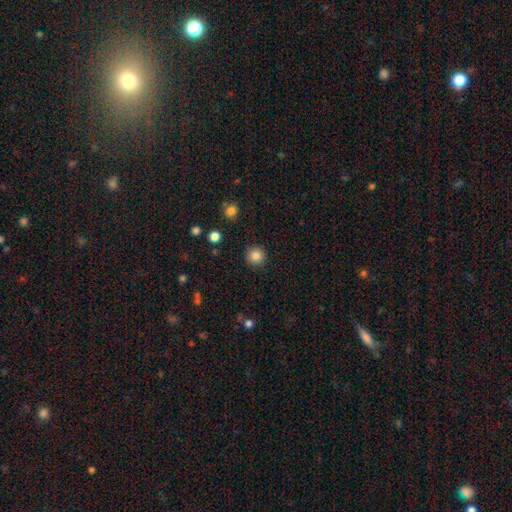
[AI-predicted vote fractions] Morphology: type=smooth (85%); roundness=round (95%); merging=none (92%).